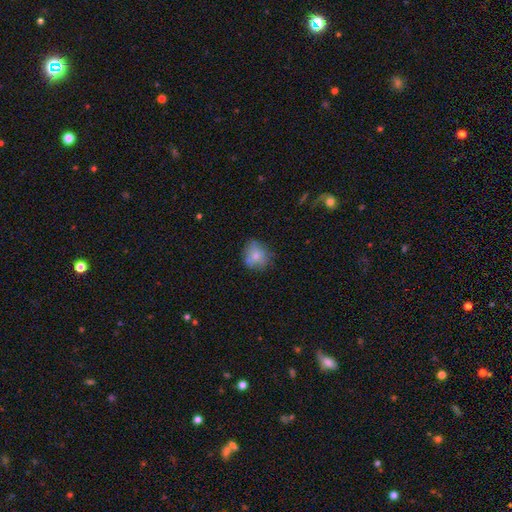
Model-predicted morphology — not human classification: Smooth or featured: smooth — 69% (featured or disk — 21%)
How rounded: round — 71% (in between — 28%)
Merging: none — 61% (minor disturbance — 23%)